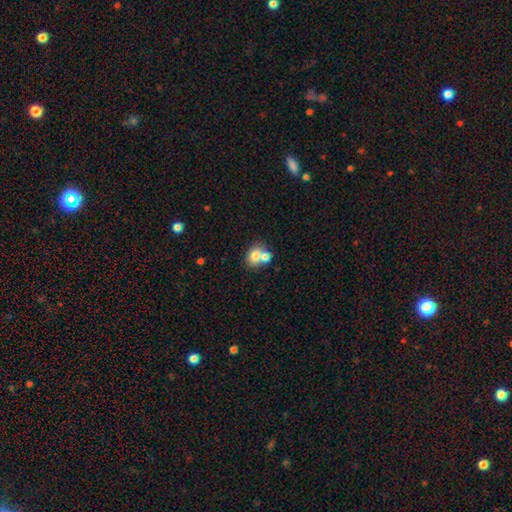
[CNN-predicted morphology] Q: Smooth or featured?
A: smooth (74%); runner-up: featured or disk (16%)
Q: How rounded?
A: round (58%); runner-up: in between (41%)
Q: Merging?
A: merger (51%); runner-up: none (38%)